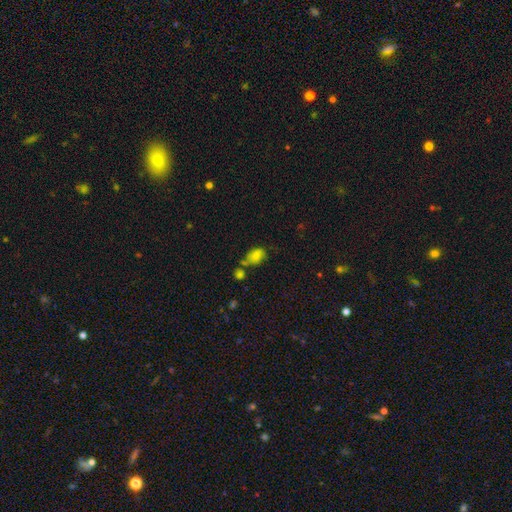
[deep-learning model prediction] smooth_or_featured: smooth (p=0.77) [alt: star or artifact p=0.13]
how_rounded: in between (p=0.83) [alt: round p=0.15]
merging: none (p=0.40) [alt: merger p=0.25]